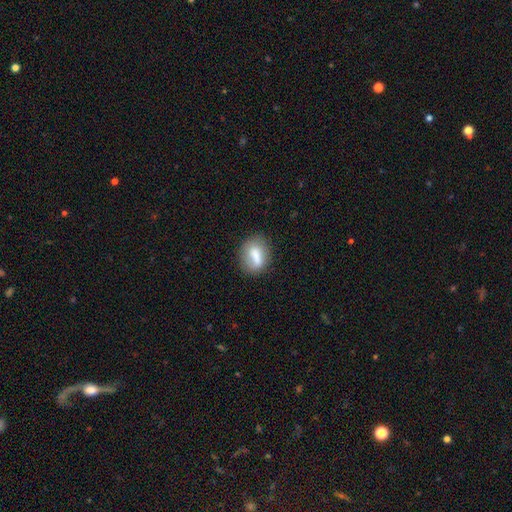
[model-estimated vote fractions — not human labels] This is likely a smooth galaxy (71%). How rounded: likely in between (62%). Merging: likely none (67%).